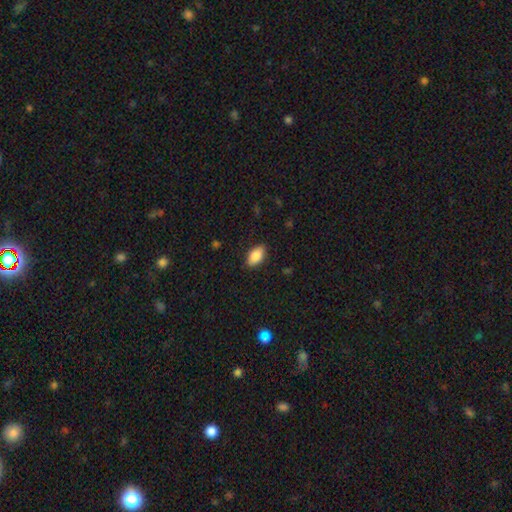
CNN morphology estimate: Smooth or featured? Predicted: smooth (p=0.84). How rounded? Predicted: in between (p=0.91). Merging? Predicted: none (p=0.87).